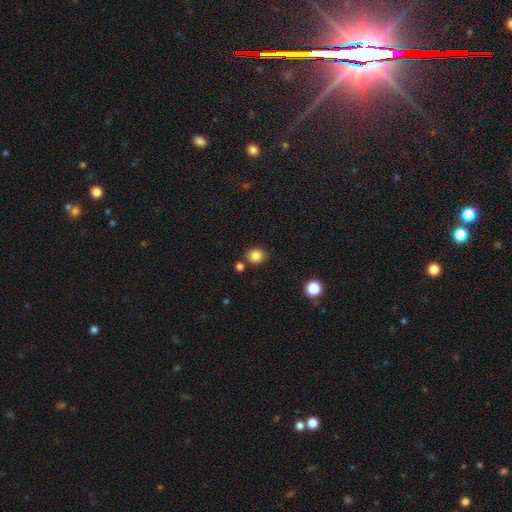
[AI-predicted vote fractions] Overall: smooth (85%). How rounded: round (83%). Merging: none (81%).